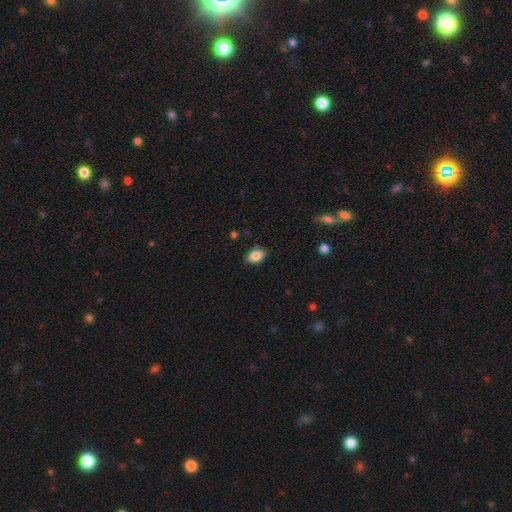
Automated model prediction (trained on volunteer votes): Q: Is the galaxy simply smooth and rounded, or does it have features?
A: smooth — 82%.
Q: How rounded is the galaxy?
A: in between — 85%.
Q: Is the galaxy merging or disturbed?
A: none — 81%.